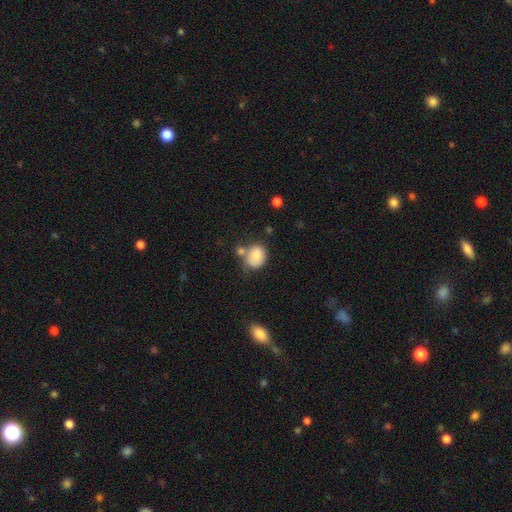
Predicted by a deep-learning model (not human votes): Smooth or featured? Predicted: smooth (p=0.80). How rounded? Predicted: round (p=0.61). Merging? Predicted: none (p=0.48).